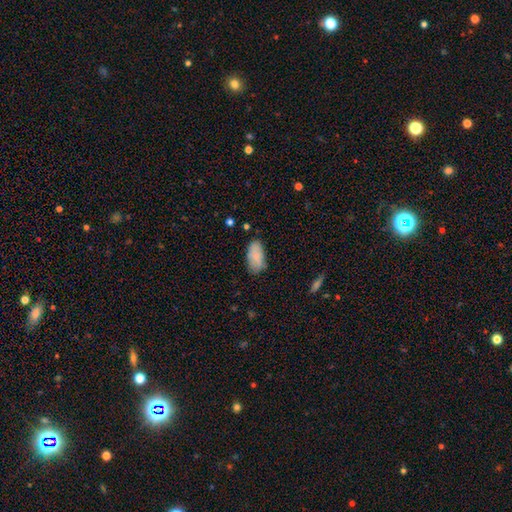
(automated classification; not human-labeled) This is clearly a smooth galaxy (83%). How rounded: clearly in between (94%). Merging: likely none (72%).